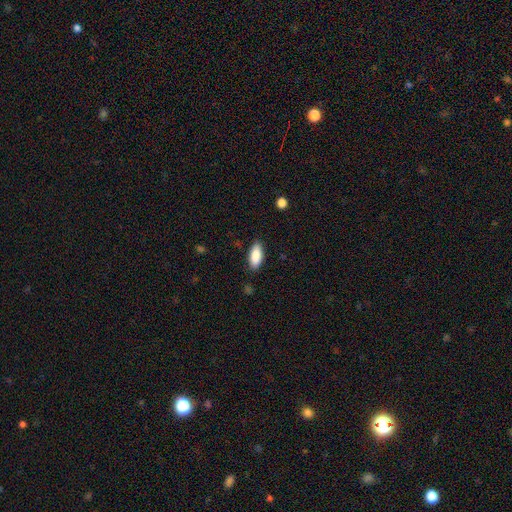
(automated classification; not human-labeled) Overall: smooth (88%). How rounded: in between (83%). Merging: none (86%).